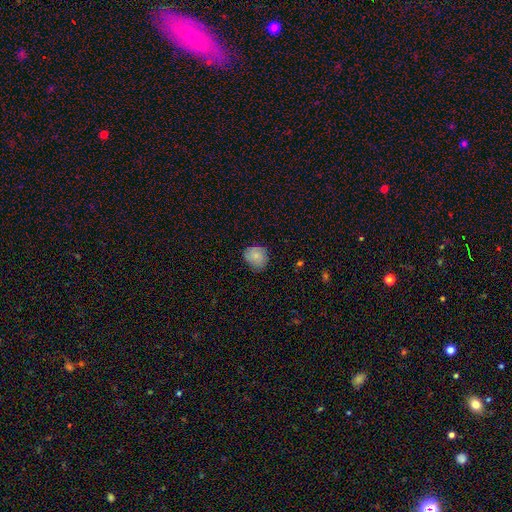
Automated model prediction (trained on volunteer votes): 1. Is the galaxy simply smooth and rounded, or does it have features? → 73% smooth, 19% featured or disk, 8% star or artifact.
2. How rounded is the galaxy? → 75% round, 24% in between, 1% cigar-shaped.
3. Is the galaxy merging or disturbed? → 70% none, 25% minor disturbance, 4% major disturbance, 1% merger.